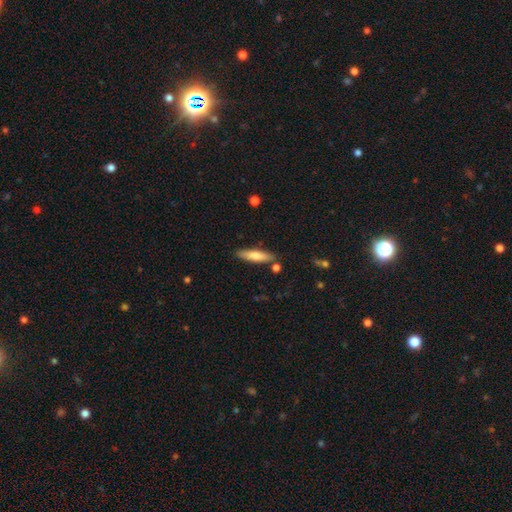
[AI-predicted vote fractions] smooth-or-featured: smooth: 70% | featured or disk: 24% | star or artifact: 6%
  how-rounded: cigar-shaped: 78% | in between: 20% | round: 2%
  merging: none: 83% | minor disturbance: 10% | merger: 4% | major disturbance: 2%